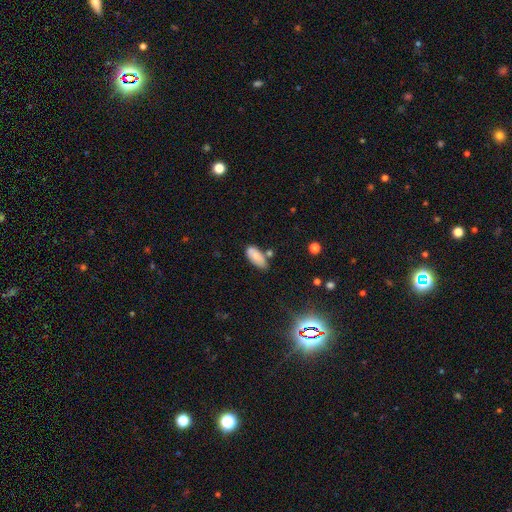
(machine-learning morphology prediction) smooth-or-featured: smooth: 78% | featured or disk: 13% | star or artifact: 8%
  how-rounded: in between: 86% | cigar-shaped: 12% | round: 2%
  merging: none: 59% | minor disturbance: 24% | merger: 12% | major disturbance: 6%